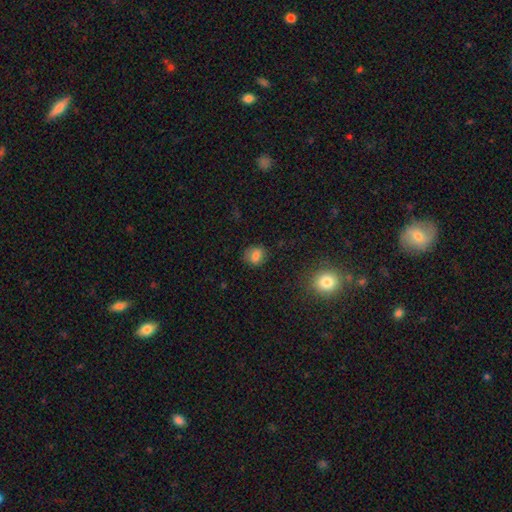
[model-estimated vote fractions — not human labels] A smooth galaxy with no disk features (81%) that is round (68%).

Vote fractions:
- Smooth or featured? smooth: 81% / star or artifact: 12% / featured or disk: 7%
- How rounded? round: 68% / in between: 30% / cigar-shaped: 1%
- Merging? none: 80% / minor disturbance: 14% / major disturbance: 4% / merger: 2%